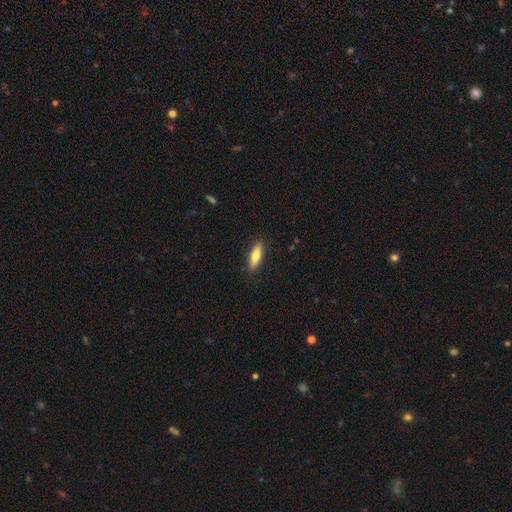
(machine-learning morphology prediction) This appears to be a smooth galaxy with no disk features (75%) that is in between round and cigar-shaped (53%). Merging: none (88%).